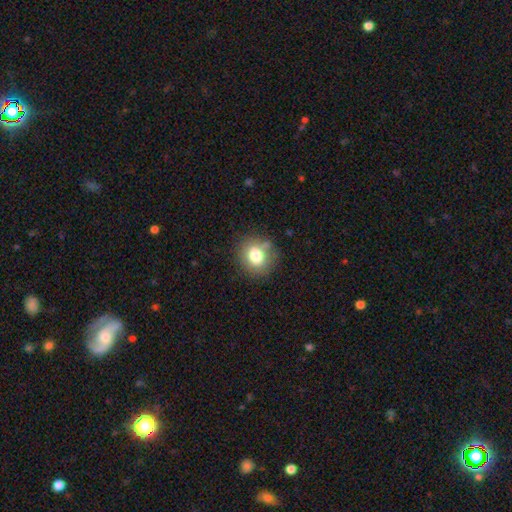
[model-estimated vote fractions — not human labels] The model was most divided on "how rounded": round: 80%, in between: 20%, cigar-shaped: 1%. More confident: merging — none (78%); smooth or featured — smooth (77%).